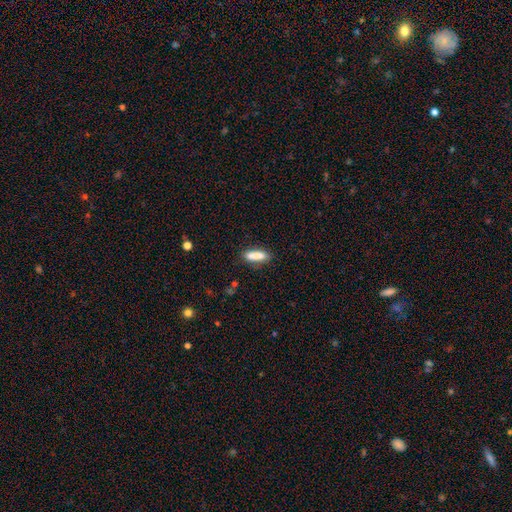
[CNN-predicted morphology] This is clearly a smooth galaxy (83%). How rounded: possibly cigar-shaped (59%). Merging: likely none (78%).